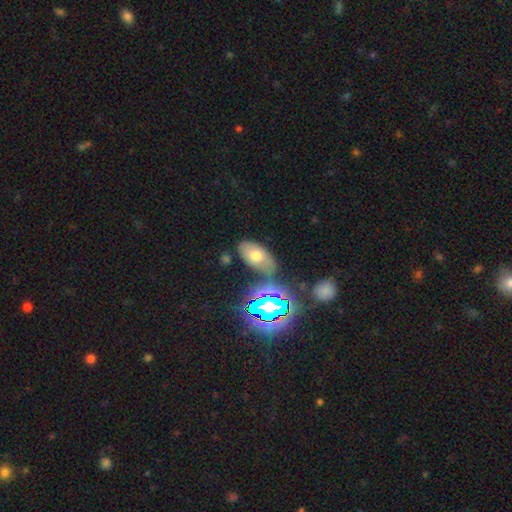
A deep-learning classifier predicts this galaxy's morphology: smooth 57%, featured or disk 23%, star or artifact 20%. Down the decision tree: how rounded — in between (91%); merging — none (66%).